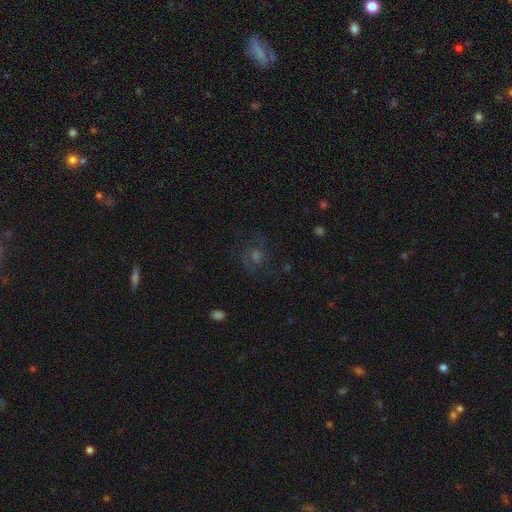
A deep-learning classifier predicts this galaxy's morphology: This appears to be a featured or disk galaxy (39%). Merging: none (73%).